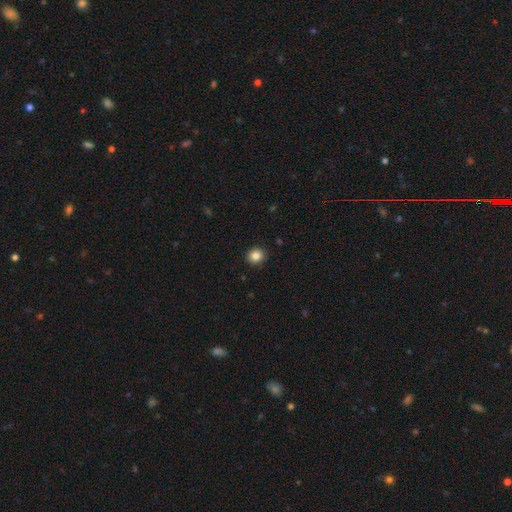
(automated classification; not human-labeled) A smooth galaxy with no disk features (85%) that is round (83%). Merging: none (92%).